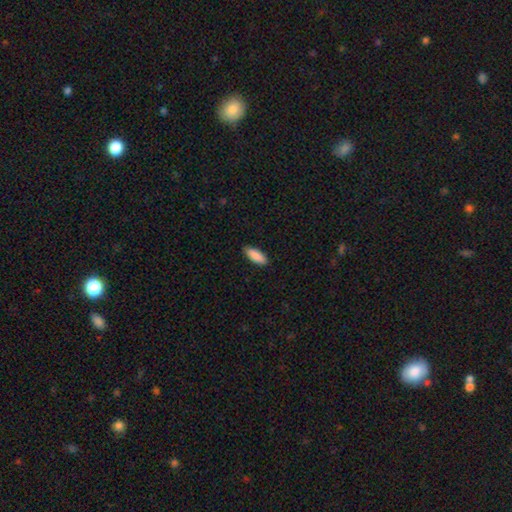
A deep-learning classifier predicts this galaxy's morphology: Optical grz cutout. It shows a smooth galaxy with no disk features (90%) that is in between round and cigar-shaped (74%). Merging: none (89%).